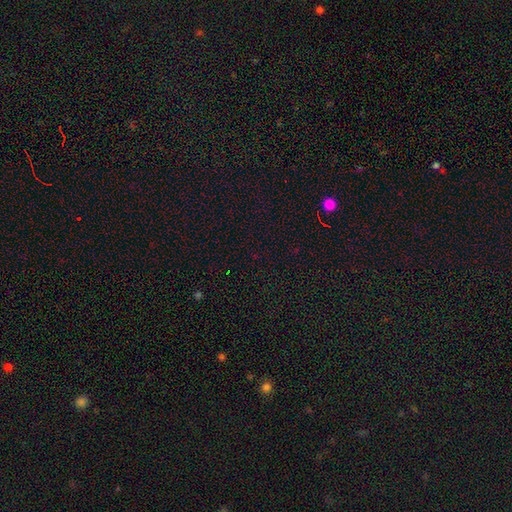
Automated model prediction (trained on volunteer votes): smooth-or-featured: star or artifact: 70% | smooth: 24% | featured or disk: 7%